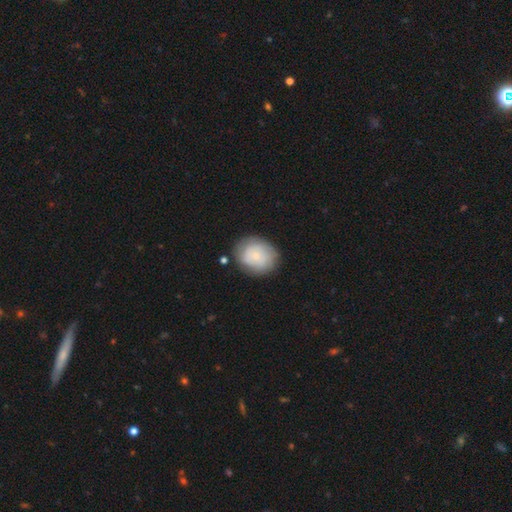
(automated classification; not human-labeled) smooth_or_featured: smooth (p=0.69) [alt: featured or disk p=0.24]
how_rounded: round (p=0.63) [alt: in between p=0.36]
merging: none (p=0.75) [alt: minor disturbance p=0.17]